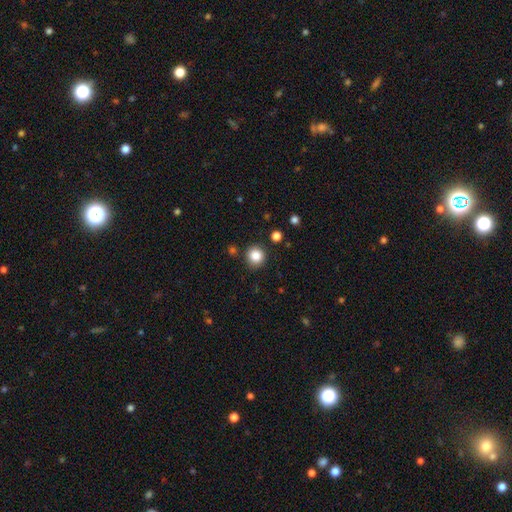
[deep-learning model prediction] This appears to be a smooth galaxy with no disk features (85%) that is round (92%). Merging: none (86%).